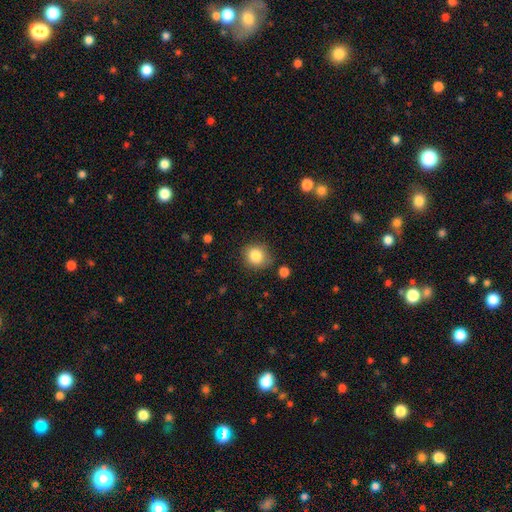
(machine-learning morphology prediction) Overall: smooth (84%). How rounded: round (85%). Merging: none (82%).